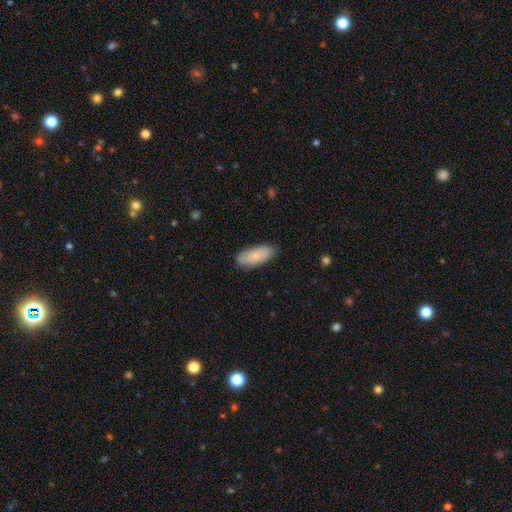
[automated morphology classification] Smooth or featured?
  - smooth: 84% *
  - featured or disk: 10%
  - star or artifact: 6%
How rounded?
  - in between: 84% *
  - cigar-shaped: 14%
  - round: 2%
Merging?
  - none: 82% *
  - minor disturbance: 14%
  - major disturbance: 2%
  - merger: 1%